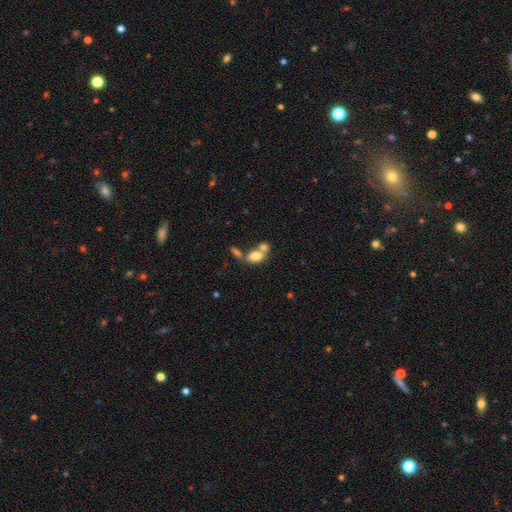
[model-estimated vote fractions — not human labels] The model was most divided on "merging": merger: 54%, none: 31%, minor disturbance: 9%, major disturbance: 5%. More confident: how rounded — in between (81%); smooth or featured — smooth (77%).